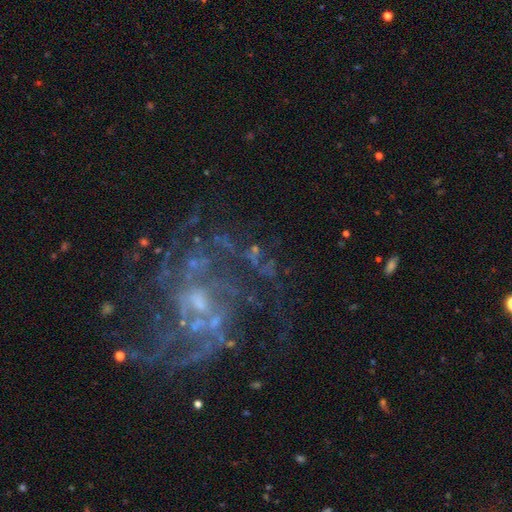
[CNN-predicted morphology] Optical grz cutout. It shows a featured or disk galaxy (81%) with no bar (54%), medium (44%) spiral arms (88%) and a small central bulge (55%). Merging: none (60%).